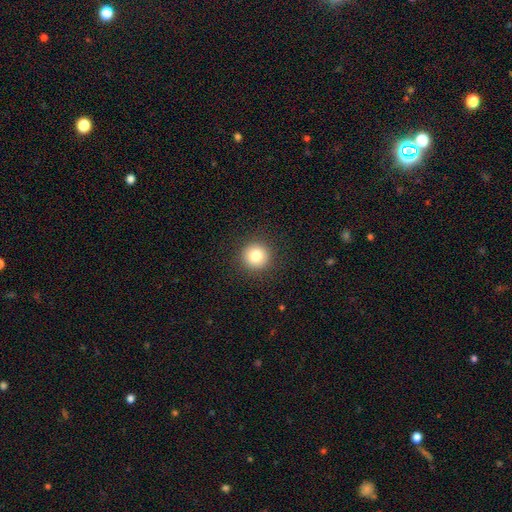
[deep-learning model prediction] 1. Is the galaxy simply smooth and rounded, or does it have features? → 81% smooth, 11% star or artifact, 8% featured or disk.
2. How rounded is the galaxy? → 95% round, 4% in between, 1% cigar-shaped.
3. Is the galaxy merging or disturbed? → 92% none, 5% minor disturbance, 2% major disturbance, 1% merger.